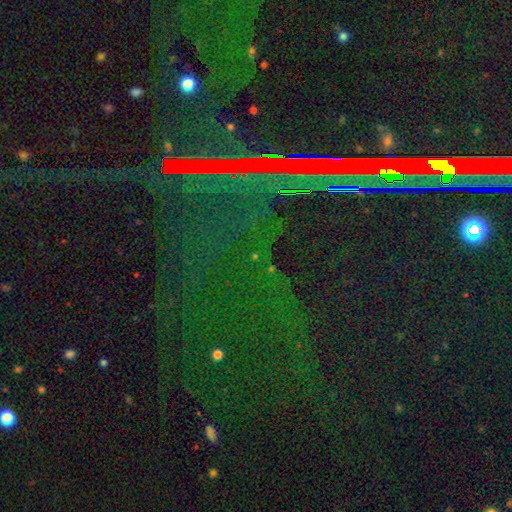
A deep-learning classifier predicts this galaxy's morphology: type=star or artifact (85%).